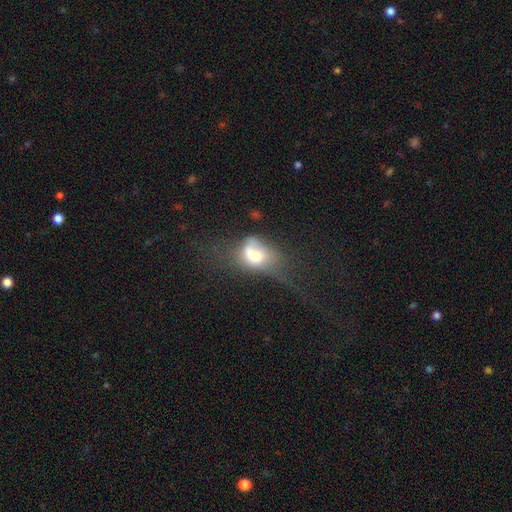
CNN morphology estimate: Overall: smooth (59%; featured or disk 29%). How rounded: in between (74%). Merging: major disturbance (42%; merger 22%).